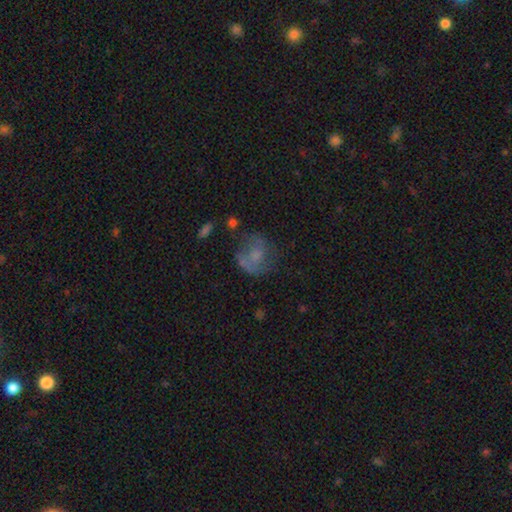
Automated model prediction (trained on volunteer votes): Smooth or featured?
  - featured or disk: 44% *
  - smooth: 43%
  - star or artifact: 13%
Merging?
  - none: 46% *
  - major disturbance: 24%
  - minor disturbance: 23%
  - merger: 6%